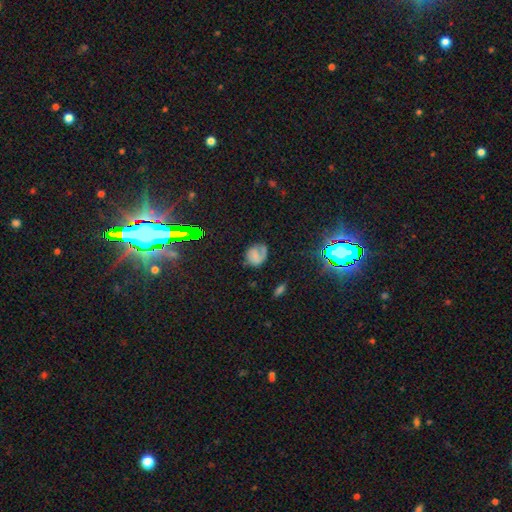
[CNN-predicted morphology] Smooth or featured?
  - featured or disk: 46% *
  - smooth: 39%
  - star or artifact: 15%
Merging?
  - none: 59% *
  - minor disturbance: 24%
  - major disturbance: 15%
  - merger: 2%